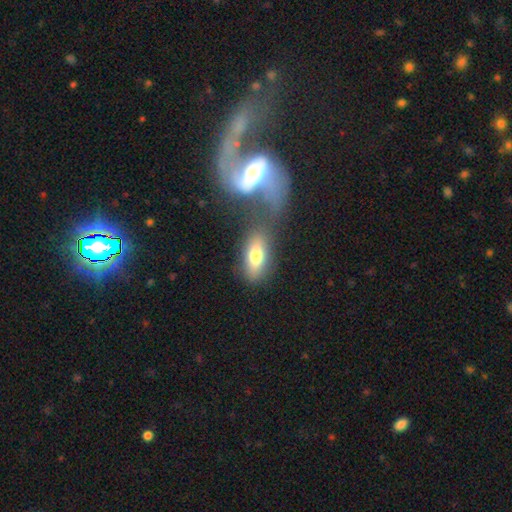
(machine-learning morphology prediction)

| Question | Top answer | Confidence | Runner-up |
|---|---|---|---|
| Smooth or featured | smooth | 73% | featured or disk (19%) |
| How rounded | in between | 81% | cigar-shaped (13%) |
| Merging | none | 61% | merger (18%) |